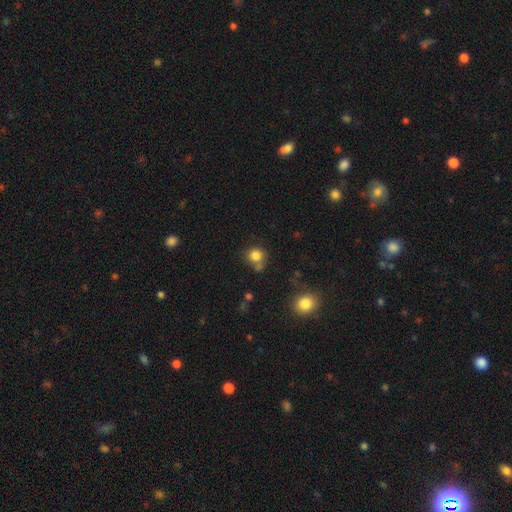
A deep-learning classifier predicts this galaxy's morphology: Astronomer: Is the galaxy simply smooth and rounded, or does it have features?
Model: smooth — 82%.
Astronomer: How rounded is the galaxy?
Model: round — 84%.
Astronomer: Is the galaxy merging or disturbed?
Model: none — 60%.